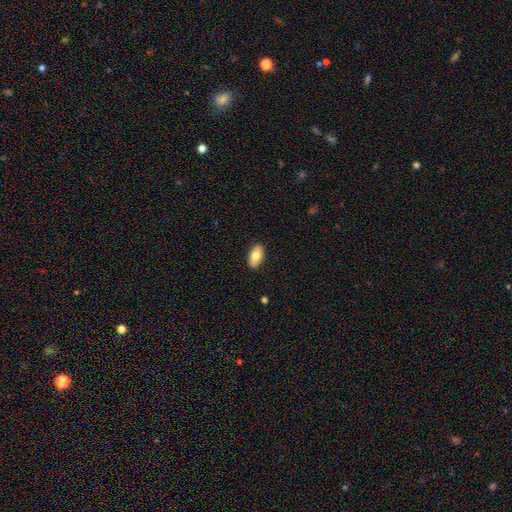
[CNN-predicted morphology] Overall: smooth (76%). How rounded: in between (94%). Merging: none (89%).